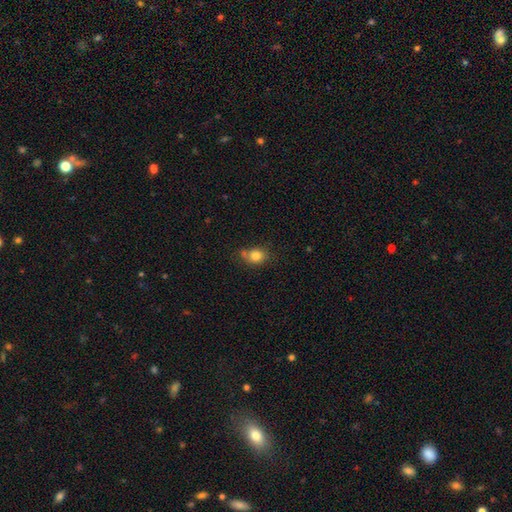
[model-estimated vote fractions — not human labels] Q: Smooth or featured?
A: smooth (81%); runner-up: star or artifact (11%)
Q: How rounded?
A: round (54%); runner-up: in between (44%)
Q: Merging?
A: none (58%); runner-up: minor disturbance (22%)